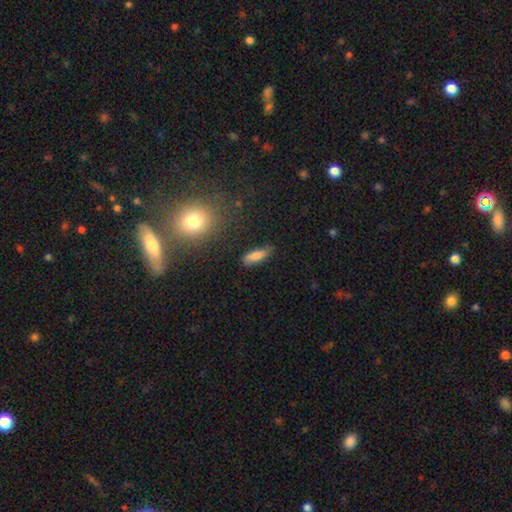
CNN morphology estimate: type=smooth (75%); roundness=in between (49%); merging=none (68%).